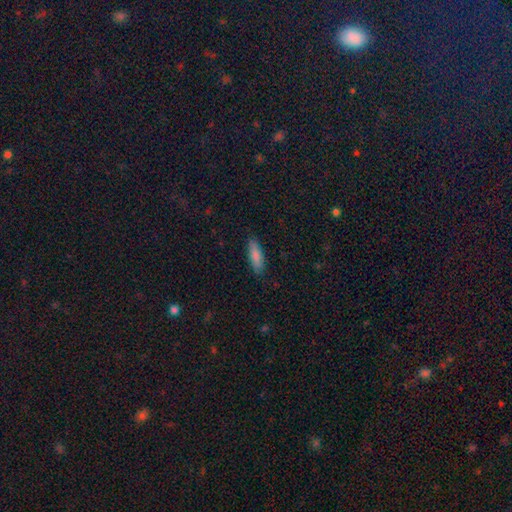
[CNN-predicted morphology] smooth 85%, featured or disk 9%, star or artifact 6%. Down the decision tree: how rounded — cigar-shaped (55%); merging — none (86%).